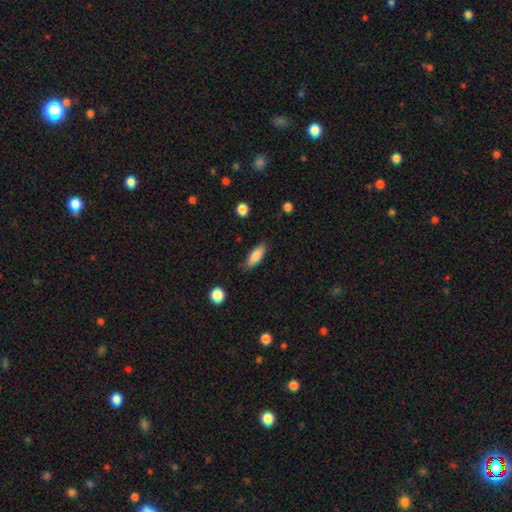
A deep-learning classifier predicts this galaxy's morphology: smooth 83%, featured or disk 10%, star or artifact 7%. Down the decision tree: how rounded — in between (68%); merging — none (82%).